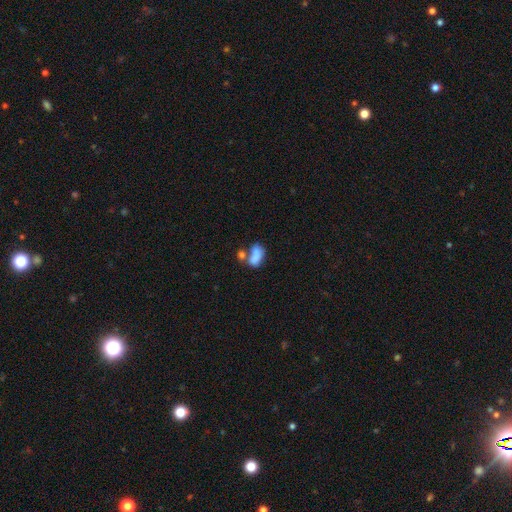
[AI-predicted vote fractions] smooth-or-featured: smooth: 74% | featured or disk: 17% | star or artifact: 9%
  how-rounded: in between: 88% | round: 9% | cigar-shaped: 3%
  merging: merger: 56% | none: 23% | minor disturbance: 12% | major disturbance: 10%